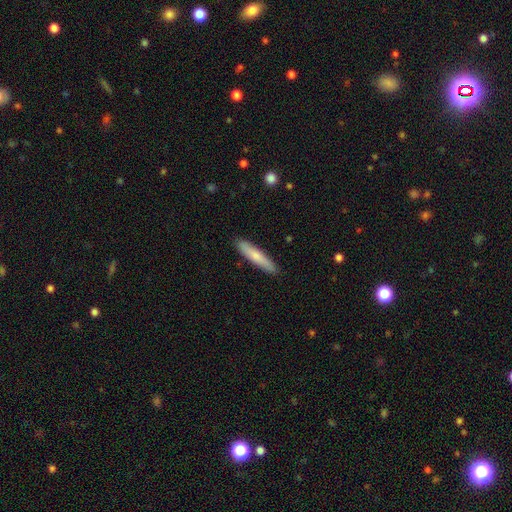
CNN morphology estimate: A smooth galaxy with no disk features (72%) that is cigar-shaped (90%).

Vote fractions:
- Smooth or featured? smooth: 72% / featured or disk: 23% / star or artifact: 5%
- How rounded? cigar-shaped: 90% / in between: 9% / round: 1%
- Merging? none: 90% / minor disturbance: 7% / major disturbance: 1% / merger: 1%